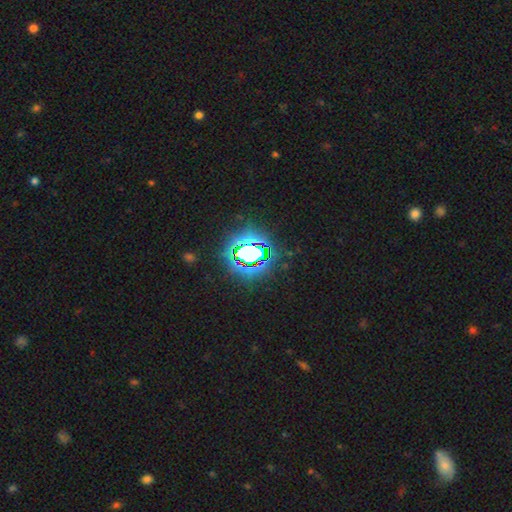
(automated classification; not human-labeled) Smooth or featured?
  - star or artifact: 81% *
  - smooth: 12%
  - featured or disk: 7%